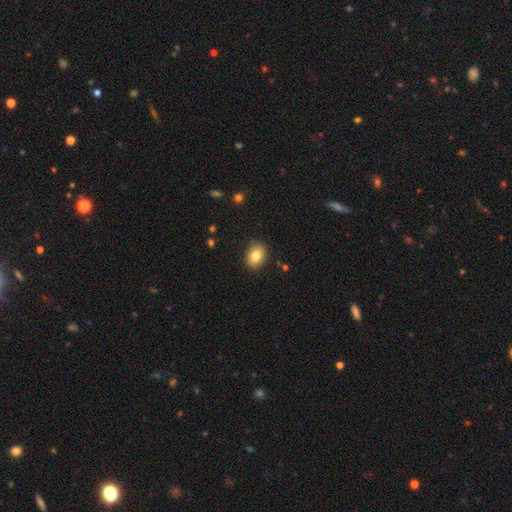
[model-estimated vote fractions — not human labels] smooth-or-featured: smooth: 79% | featured or disk: 12% | star or artifact: 9%
  how-rounded: in between: 65% | round: 34% | cigar-shaped: 1%
  merging: none: 84% | minor disturbance: 13% | major disturbance: 2% | merger: 1%